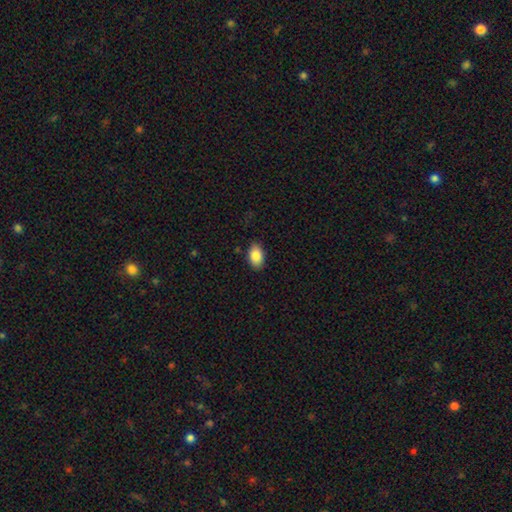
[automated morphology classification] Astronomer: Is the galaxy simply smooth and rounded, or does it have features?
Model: smooth — 86%.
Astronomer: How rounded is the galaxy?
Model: in between — 91%.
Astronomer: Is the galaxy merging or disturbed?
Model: none — 87%.